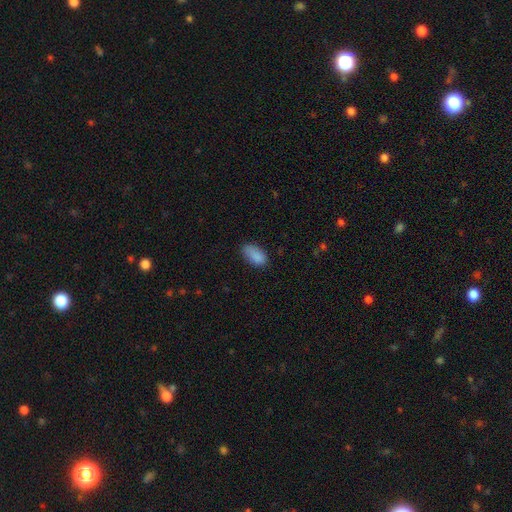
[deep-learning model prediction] Smooth or featured? Predicted: smooth (p=0.87). How rounded? Predicted: in between (p=0.93). Merging? Predicted: none (p=0.66).